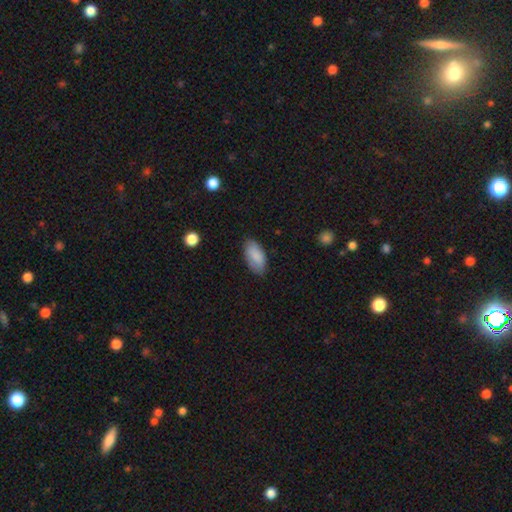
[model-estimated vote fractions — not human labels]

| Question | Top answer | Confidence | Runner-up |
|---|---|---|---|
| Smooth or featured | smooth | 85% | featured or disk (9%) |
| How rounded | in between | 94% | cigar-shaped (4%) |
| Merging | none | 79% | minor disturbance (17%) |